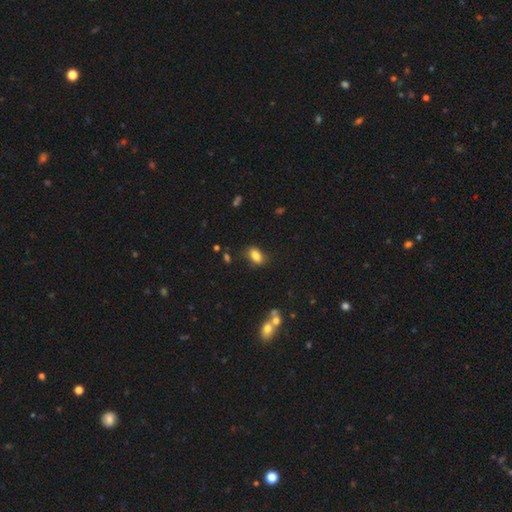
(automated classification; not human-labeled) smooth 84%, star or artifact 9%, featured or disk 7%. Down the decision tree: how rounded — in between (87%); merging — none (80%).